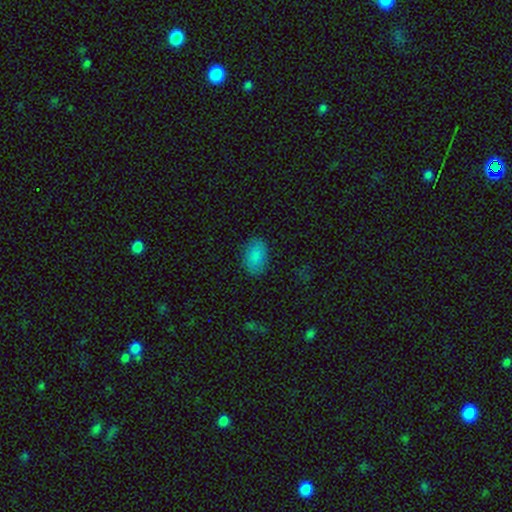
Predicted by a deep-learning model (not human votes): The model was most divided on "merging": none: 85%, minor disturbance: 11%, major disturbance: 3%, merger: 1%. More confident: how rounded — in between (89%); smooth or featured — smooth (86%).